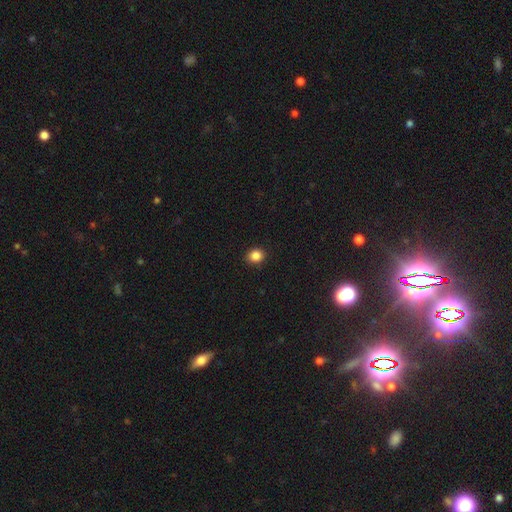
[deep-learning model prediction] smooth_or_featured: smooth (p=0.86) [alt: star or artifact p=0.11]
how_rounded: round (p=0.69) [alt: in between p=0.30]
merging: none (p=0.90) [alt: minor disturbance p=0.07]